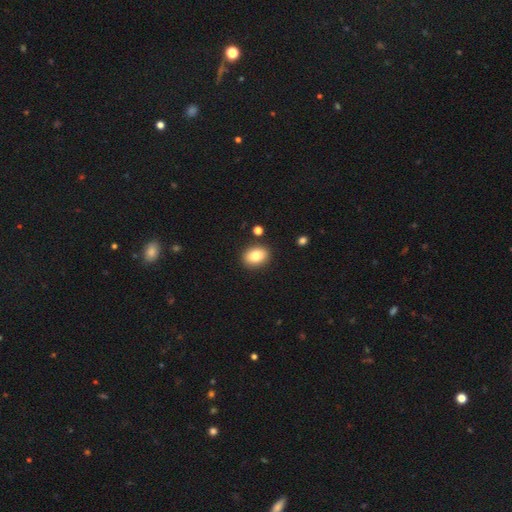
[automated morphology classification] A smooth galaxy with no disk features (81%) that is in between round and cigar-shaped (61%). Merging: none (87%).